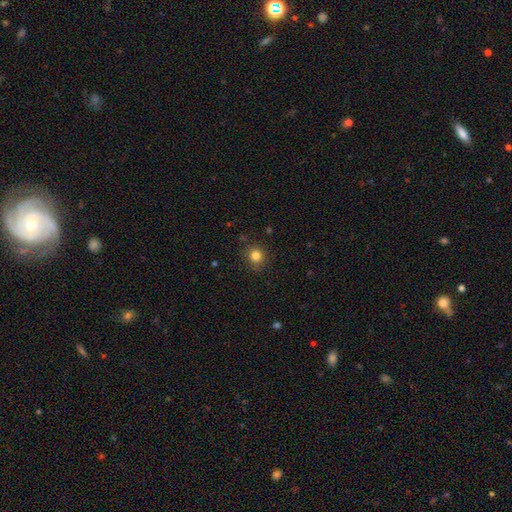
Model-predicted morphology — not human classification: The model was most divided on "smooth or featured": smooth: 83%, star or artifact: 12%, featured or disk: 5%. More confident: how rounded — round (90%); merging — none (87%).